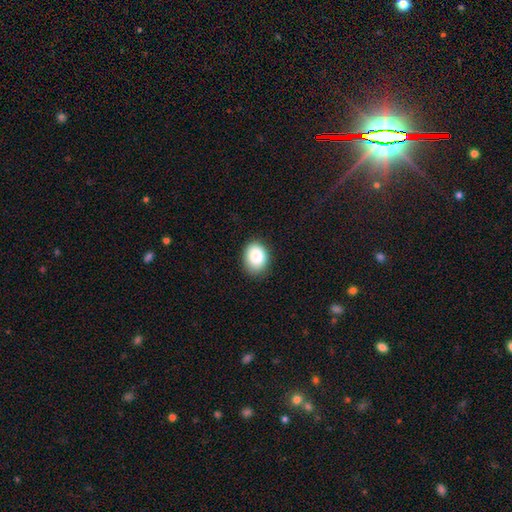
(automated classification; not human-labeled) Morphology: type=smooth (87%); roundness=in between (67%); merging=none (84%).